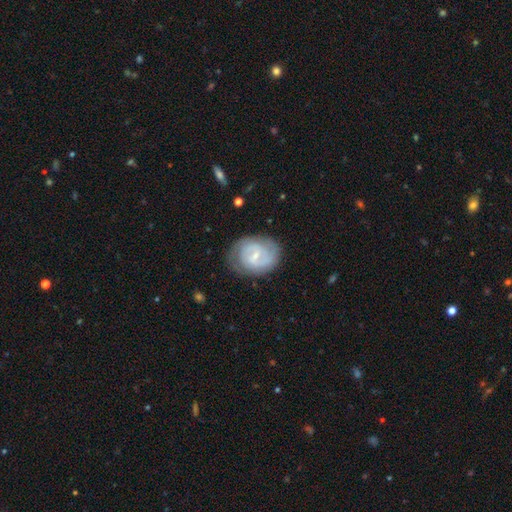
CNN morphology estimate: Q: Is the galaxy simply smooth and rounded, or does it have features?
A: featured or disk — 73%.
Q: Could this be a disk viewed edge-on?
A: no — 97%.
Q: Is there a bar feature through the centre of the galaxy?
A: weak — 59%.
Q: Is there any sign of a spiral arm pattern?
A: yes — 87%.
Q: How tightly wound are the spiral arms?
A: tight — 44%.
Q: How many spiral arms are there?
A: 2 — 68%.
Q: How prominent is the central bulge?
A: small — 68%.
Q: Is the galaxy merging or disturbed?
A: none — 74%.